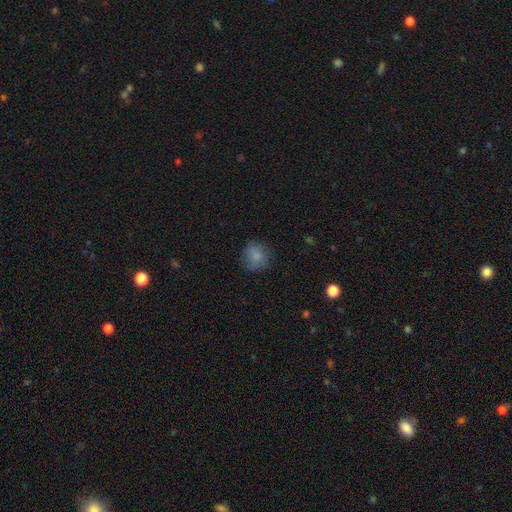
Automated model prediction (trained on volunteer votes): smooth 82%, star or artifact 10%, featured or disk 9%. Down the decision tree: how rounded — round (83%); merging — none (76%).